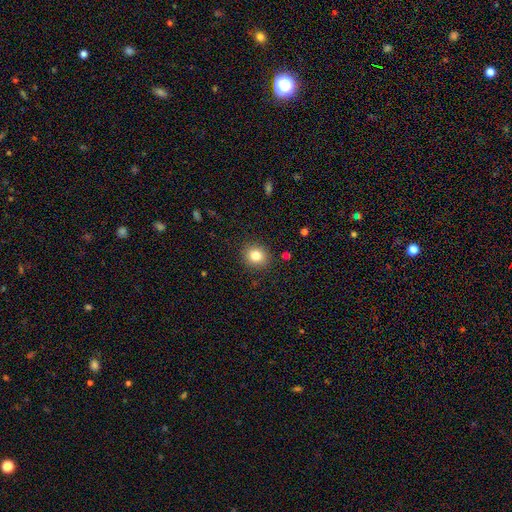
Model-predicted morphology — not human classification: Smooth or featured? smooth (82%)
How rounded? round (80%)
Merging? none (89%)